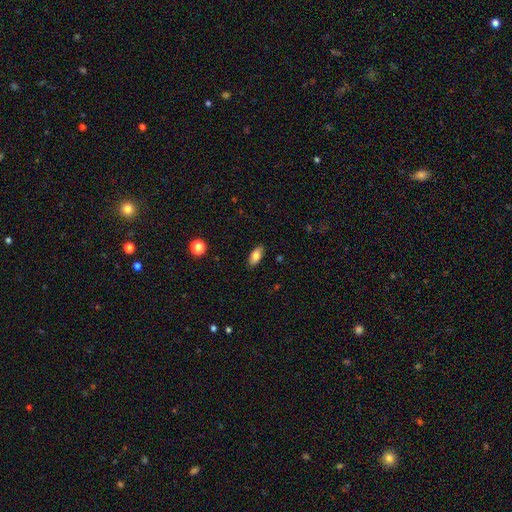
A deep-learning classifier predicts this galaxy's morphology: This appears to be a smooth galaxy with no disk features (81%) that is in between round and cigar-shaped (88%). Merging: none (88%).